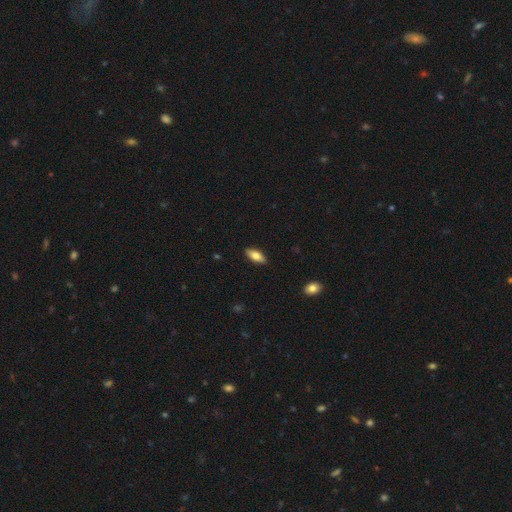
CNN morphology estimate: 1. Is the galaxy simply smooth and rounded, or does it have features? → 73% smooth, 21% featured or disk, 6% star or artifact.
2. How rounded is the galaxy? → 80% in between, 18% cigar-shaped, 2% round.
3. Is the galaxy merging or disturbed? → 89% none, 9% minor disturbance, 2% major disturbance, 1% merger.